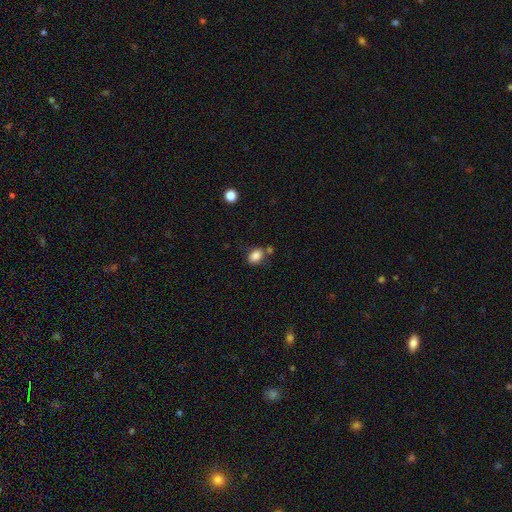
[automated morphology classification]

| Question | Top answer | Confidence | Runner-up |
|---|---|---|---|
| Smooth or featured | smooth | 85% | star or artifact (10%) |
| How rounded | in between | 69% | round (30%) |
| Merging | none | 69% | minor disturbance (15%) |